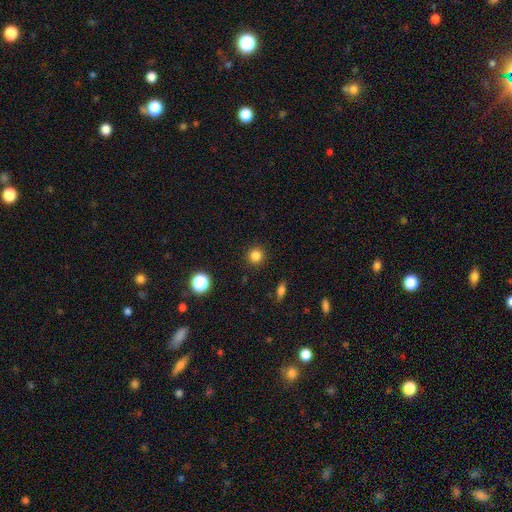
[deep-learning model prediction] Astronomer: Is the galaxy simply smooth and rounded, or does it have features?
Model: smooth — 83%.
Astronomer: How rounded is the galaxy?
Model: round — 94%.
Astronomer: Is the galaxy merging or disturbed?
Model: none — 91%.